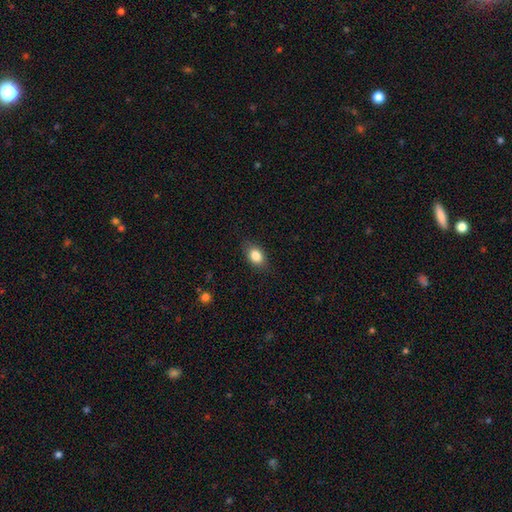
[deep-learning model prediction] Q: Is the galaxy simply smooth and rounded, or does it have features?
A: smooth — 84%.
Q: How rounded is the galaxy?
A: in between — 79%.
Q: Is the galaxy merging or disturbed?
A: none — 82%.